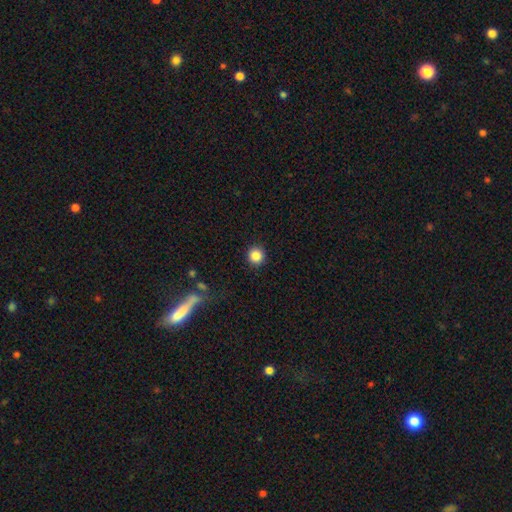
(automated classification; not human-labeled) smooth_or_featured: smooth (p=0.86) [alt: star or artifact p=0.10]
how_rounded: round (p=0.94) [alt: in between p=0.05]
merging: none (p=0.91) [alt: minor disturbance p=0.05]